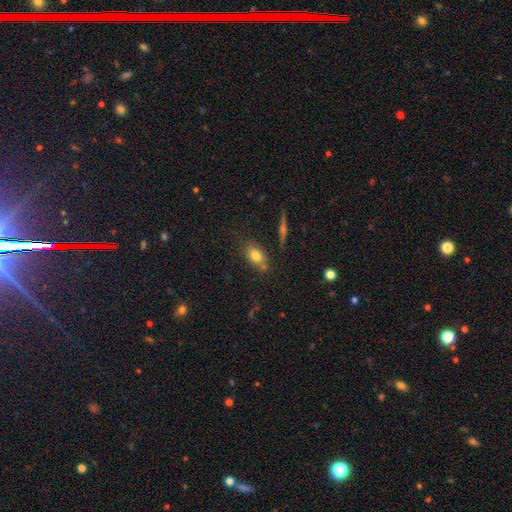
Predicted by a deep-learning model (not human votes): Smooth or featured: smooth — 77% (featured or disk — 13%)
How rounded: in between — 79% (round — 16%)
Merging: none — 69% (minor disturbance — 17%)